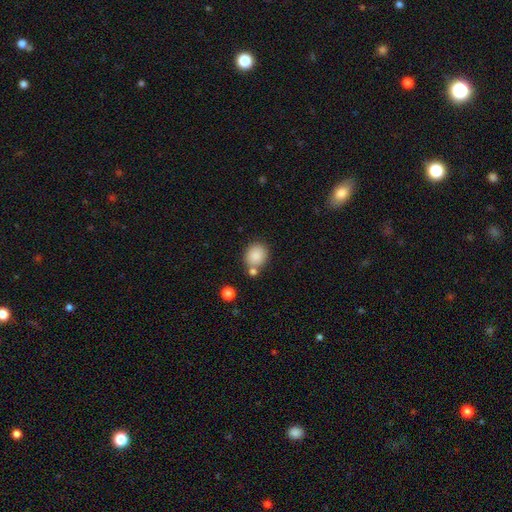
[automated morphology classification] Smooth or featured? Predicted: smooth (p=0.86). How rounded? Predicted: round (p=0.75). Merging? Predicted: none (p=0.69).